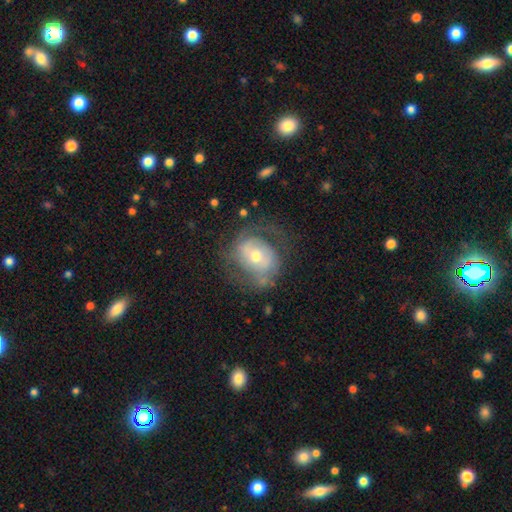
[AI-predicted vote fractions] Smooth or featured? Predicted: featured or disk (p=0.70). Edge-on disk? Predicted: no (p=0.96). Bar? Predicted: no (p=0.61). Spiral arms? Predicted: yes (p=0.73). Bulge size? Predicted: moderate (p=0.64). Merging? Predicted: none (p=0.53).